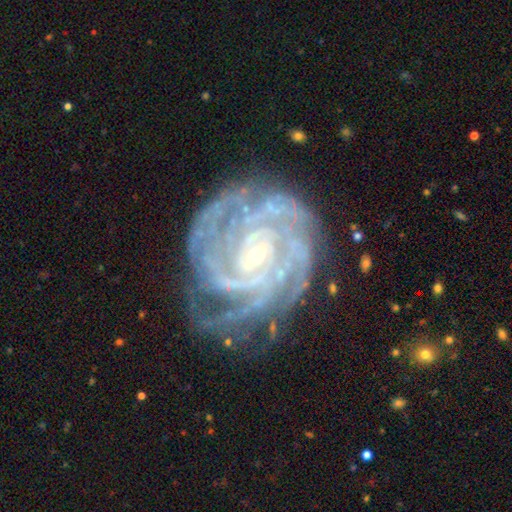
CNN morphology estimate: This appears to be a featured or disk galaxy (91%) with no bar (49%), 4 (27%) tight (79%) spiral arms (98%) and a small central bulge (83%). Merging: none (72%).